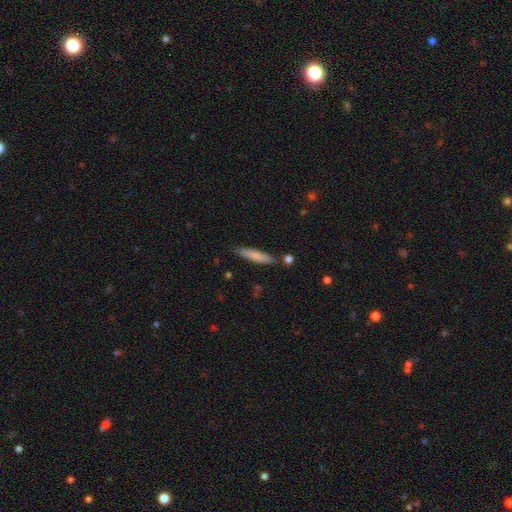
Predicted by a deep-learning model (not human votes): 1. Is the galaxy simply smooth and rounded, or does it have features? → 77% smooth, 17% featured or disk, 6% star or artifact.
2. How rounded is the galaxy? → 89% cigar-shaped, 10% in between, 1% round.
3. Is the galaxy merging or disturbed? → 81% none, 12% minor disturbance, 4% merger, 2% major disturbance.